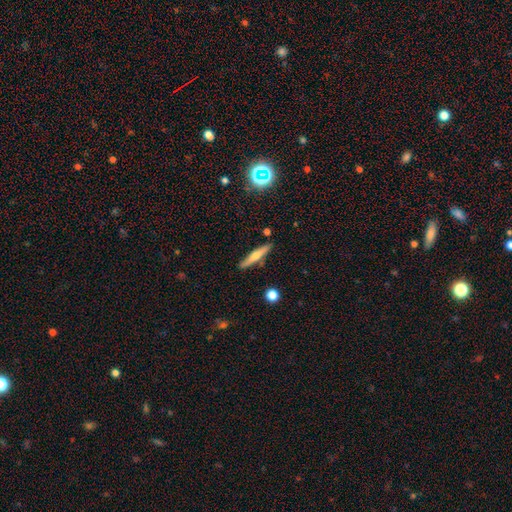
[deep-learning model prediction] This appears to be a smooth galaxy with no disk features (49%). Merging: none (85%).